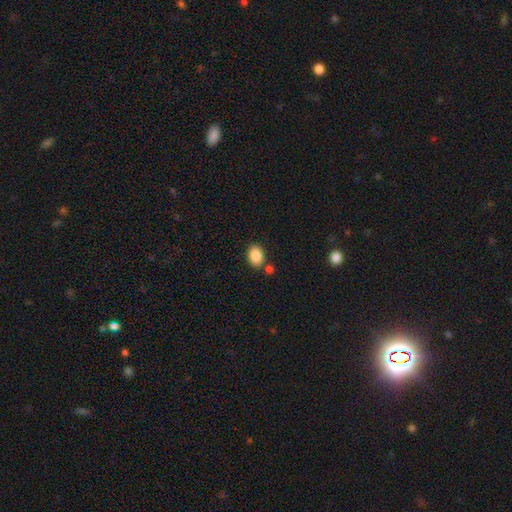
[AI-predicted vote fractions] This appears to be a smooth galaxy with no disk features (88%) that is in between round and cigar-shaped (77%). Merging: none (77%).